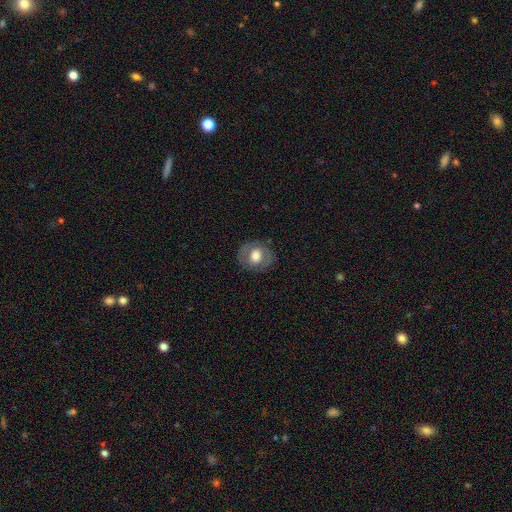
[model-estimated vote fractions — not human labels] smooth 51%, featured or disk 41%, star or artifact 8%. Down the decision tree: how rounded — round (67%); merging — none (80%).